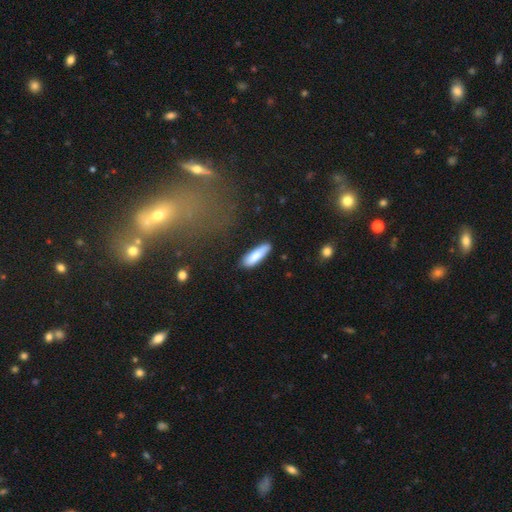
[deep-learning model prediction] smooth-or-featured: smooth: 83% | featured or disk: 12% | star or artifact: 6%
  how-rounded: cigar-shaped: 64% | in between: 35% | round: 2%
  merging: none: 80% | minor disturbance: 14% | major disturbance: 3% | merger: 2%